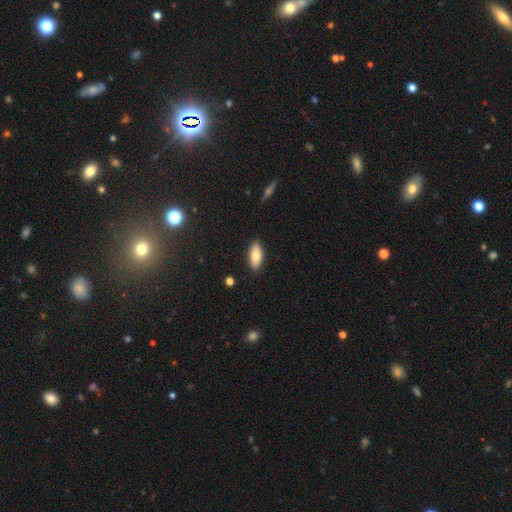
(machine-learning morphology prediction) Smooth or featured? Predicted: smooth (p=0.82). How rounded? Predicted: in between (p=0.86). Merging? Predicted: none (p=0.88).